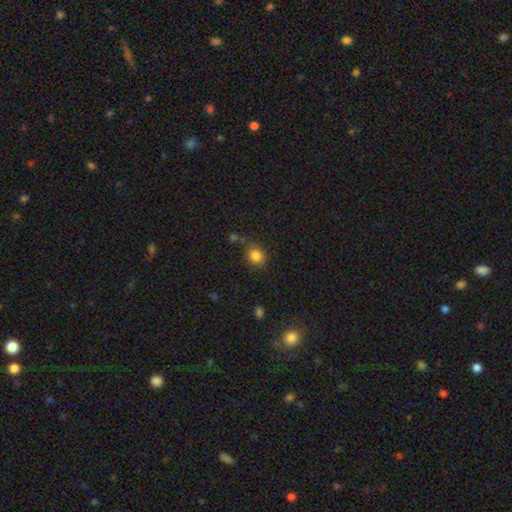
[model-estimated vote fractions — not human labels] Morphology: type=smooth (84%); roundness=round (72%); merging=none (73%).